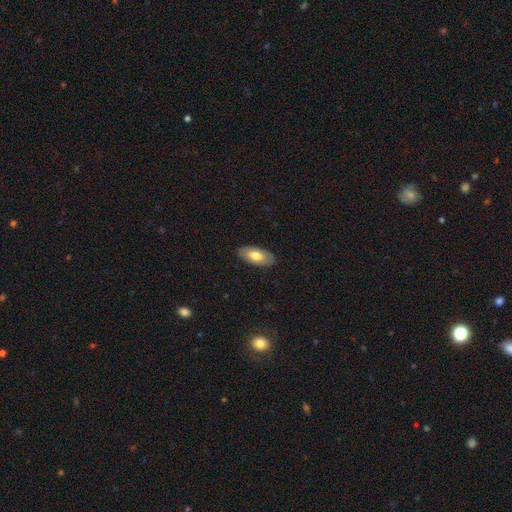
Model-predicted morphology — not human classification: This appears to be a smooth galaxy with no disk features (70%) that is in between round and cigar-shaped (91%). Merging: none (88%).